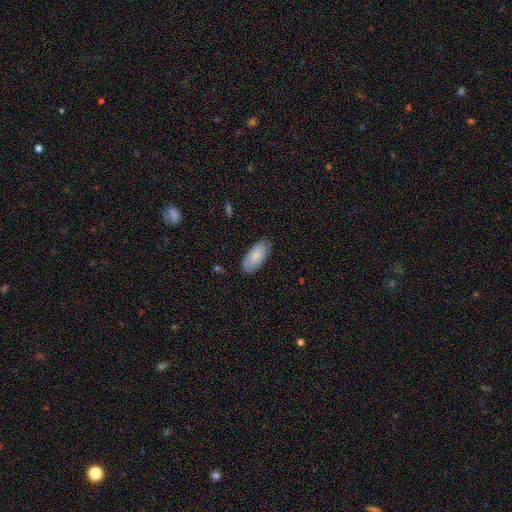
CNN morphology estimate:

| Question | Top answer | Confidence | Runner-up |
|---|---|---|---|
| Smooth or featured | smooth | 81% | featured or disk (14%) |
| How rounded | in between | 92% | cigar-shaped (6%) |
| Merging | none | 81% | minor disturbance (15%) |